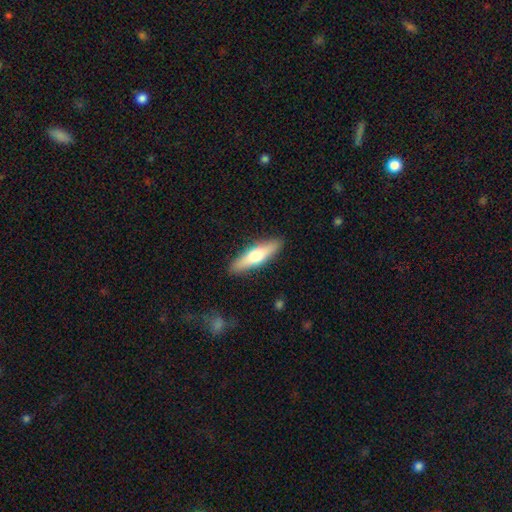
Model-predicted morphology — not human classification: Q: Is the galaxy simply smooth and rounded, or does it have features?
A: smooth — 59%.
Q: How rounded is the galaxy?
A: cigar-shaped — 71%.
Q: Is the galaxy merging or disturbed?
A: none — 89%.